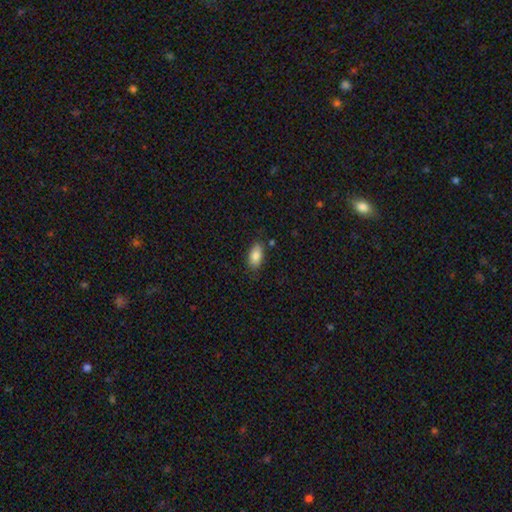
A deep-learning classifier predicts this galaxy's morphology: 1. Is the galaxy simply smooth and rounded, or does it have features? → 83% smooth, 9% featured or disk, 8% star or artifact.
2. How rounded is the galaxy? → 91% in between, 5% cigar-shaped, 4% round.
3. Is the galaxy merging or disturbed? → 79% none, 15% minor disturbance, 3% major disturbance, 3% merger.